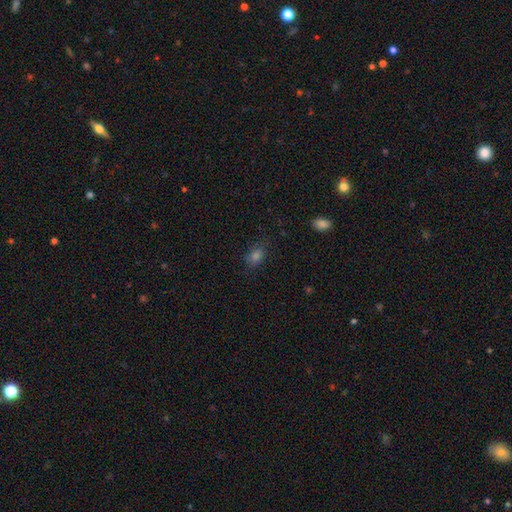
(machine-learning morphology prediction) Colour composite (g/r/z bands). It shows a smooth galaxy with no disk features (72%) that is in between round and cigar-shaped (72%). Merging: none (79%).